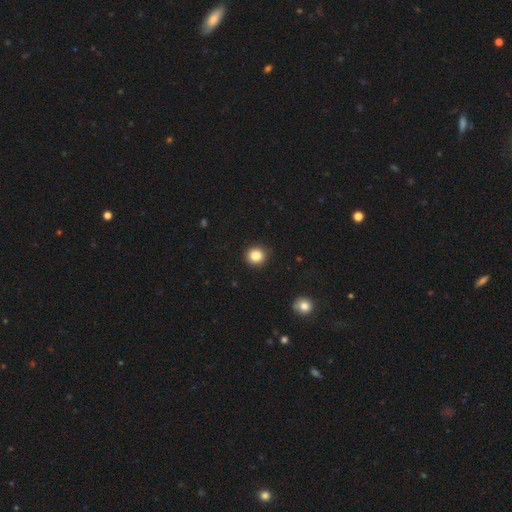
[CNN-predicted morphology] The model was most divided on "smooth or featured": smooth: 86%, star or artifact: 11%, featured or disk: 4%. More confident: merging — none (89%); how rounded — round (88%).